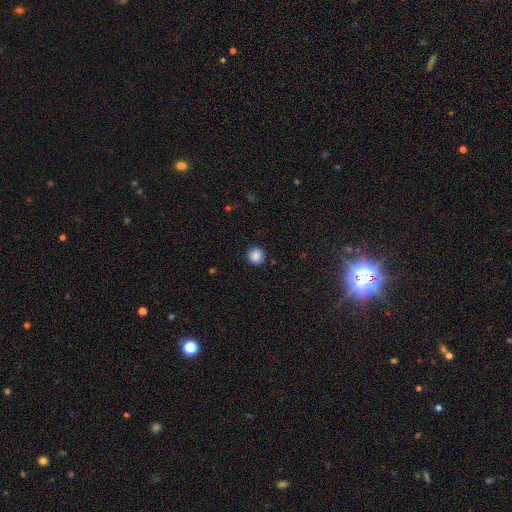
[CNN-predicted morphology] This appears to be a smooth galaxy with no disk features (87%) that is round (94%). Merging: none (91%).